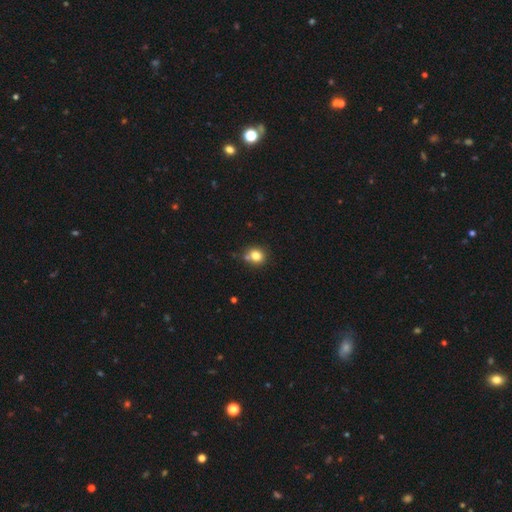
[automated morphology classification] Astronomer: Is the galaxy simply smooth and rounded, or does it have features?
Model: smooth — 81%.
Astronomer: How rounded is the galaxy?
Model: round — 75%.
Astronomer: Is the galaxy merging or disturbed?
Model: none — 65%.